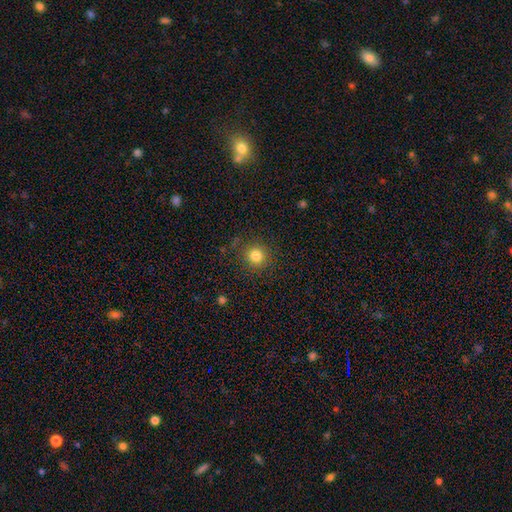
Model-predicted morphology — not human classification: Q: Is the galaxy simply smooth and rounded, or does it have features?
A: smooth — 82%.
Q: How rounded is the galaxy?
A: round — 93%.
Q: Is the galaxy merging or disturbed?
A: none — 87%.